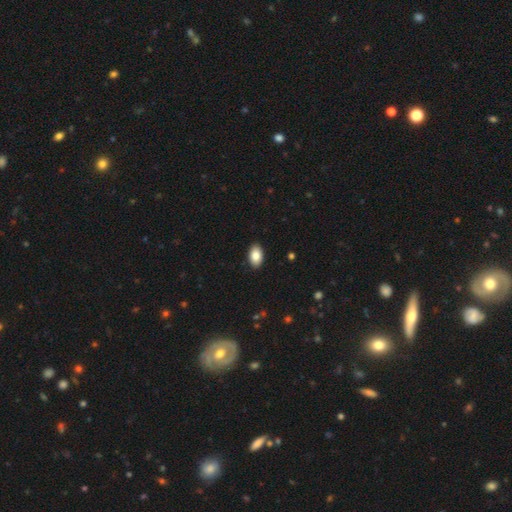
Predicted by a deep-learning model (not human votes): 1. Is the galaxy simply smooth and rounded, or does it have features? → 86% smooth, 7% featured or disk, 7% star or artifact.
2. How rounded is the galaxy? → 93% in between, 6% round, 1% cigar-shaped.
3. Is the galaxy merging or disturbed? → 90% none, 8% minor disturbance, 2% major disturbance, 1% merger.